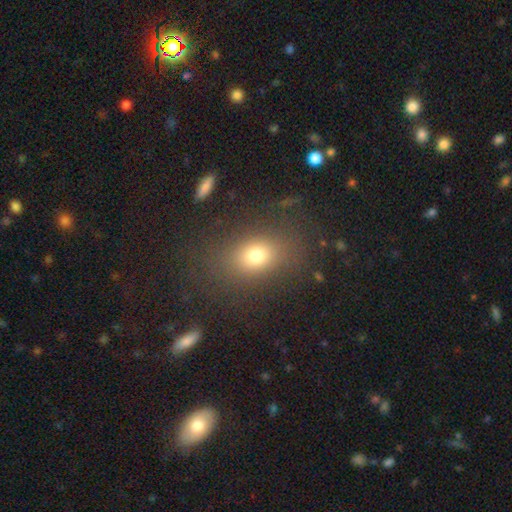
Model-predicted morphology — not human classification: type=smooth (75%); roundness=in between (68%); merging=none (80%).